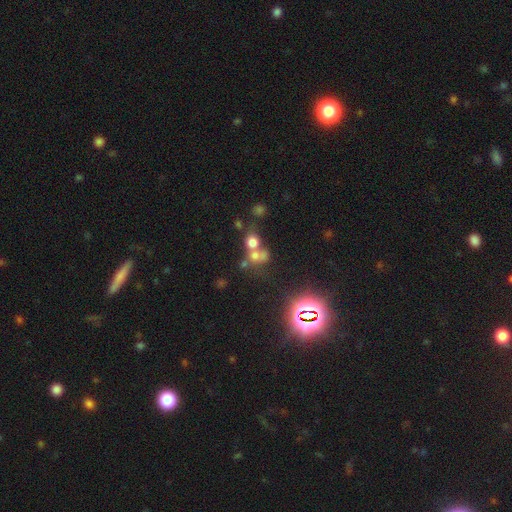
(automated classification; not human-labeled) A smooth galaxy with no disk features (57%) that is round (73%). Merging: merger (52%).